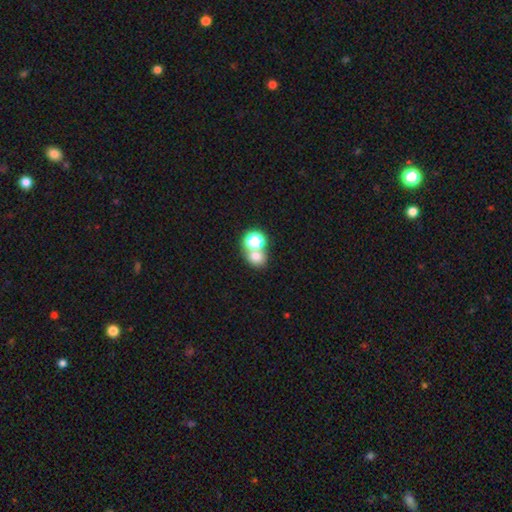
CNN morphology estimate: The model was most divided on "merging": none: 47%, merger: 43%, minor disturbance: 7%, major disturbance: 4%. More confident: how rounded — round (71%); smooth or featured — smooth (69%).